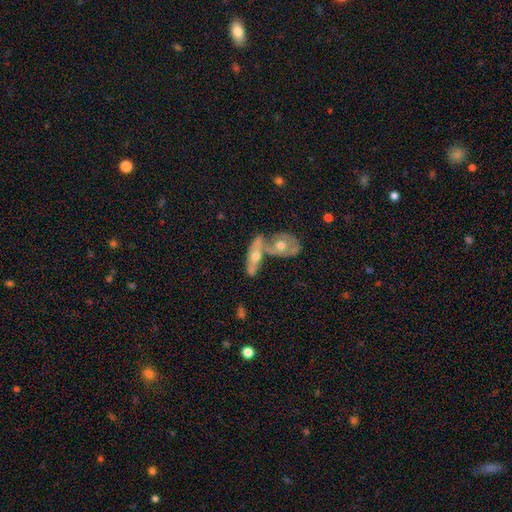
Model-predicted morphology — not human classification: This appears to be a featured or disk galaxy (59%) viewed edge-on (54%). Merging: merger (54%).